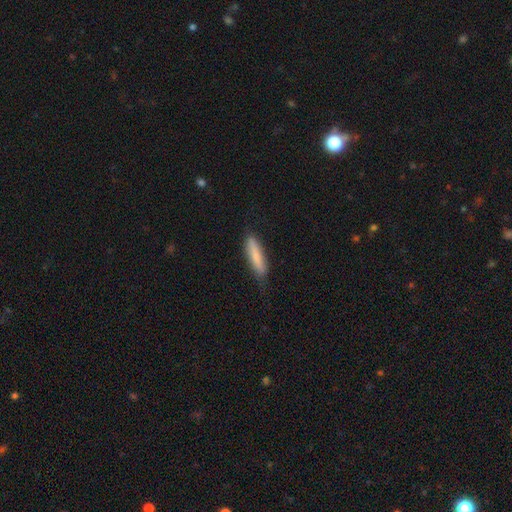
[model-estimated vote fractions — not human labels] A smooth galaxy with no disk features (80%) that is cigar-shaped (80%). Merging: none (79%).